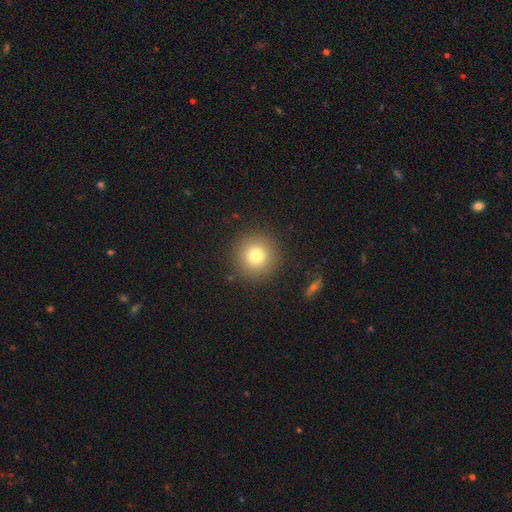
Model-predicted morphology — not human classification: Q: Smooth or featured?
A: smooth (78%); runner-up: star or artifact (12%)
Q: How rounded?
A: round (95%); runner-up: in between (4%)
Q: Merging?
A: none (89%); runner-up: minor disturbance (6%)